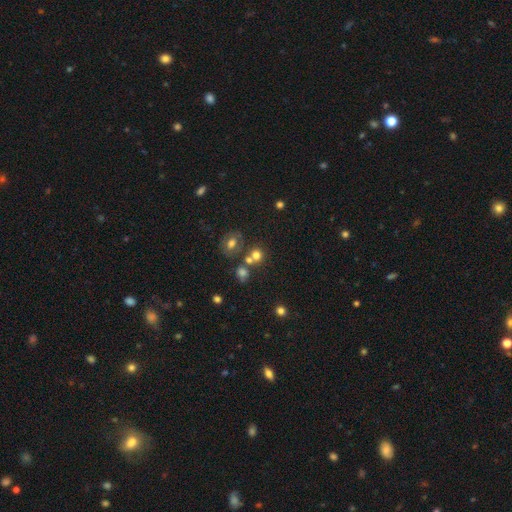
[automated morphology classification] Q: Smooth or featured?
A: smooth (72%); runner-up: star or artifact (17%)
Q: How rounded?
A: round (80%); runner-up: in between (18%)
Q: Merging?
A: none (55%); runner-up: merger (30%)